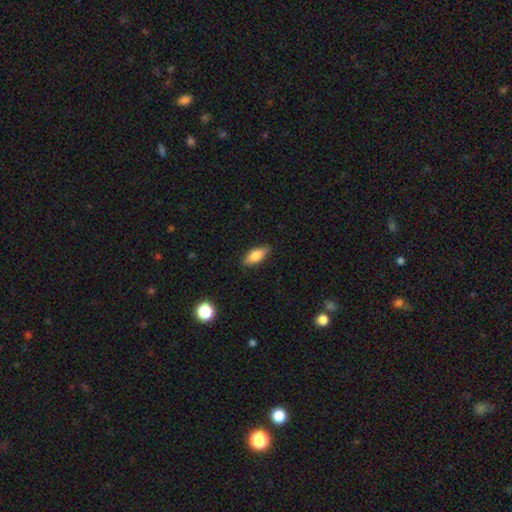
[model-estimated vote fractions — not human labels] smooth 77%, featured or disk 16%, star or artifact 7%. Down the decision tree: how rounded — in between (77%); merging — none (86%).